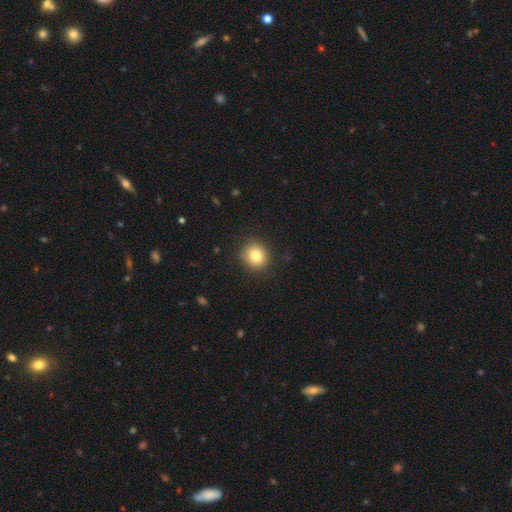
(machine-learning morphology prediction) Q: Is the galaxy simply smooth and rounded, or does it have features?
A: smooth — 82%.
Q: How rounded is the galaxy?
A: round — 85%.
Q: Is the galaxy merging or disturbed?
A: none — 87%.